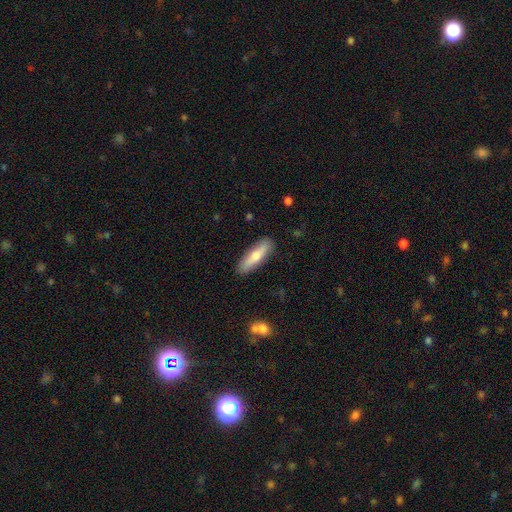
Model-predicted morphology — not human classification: The model was most divided on "smooth or featured": smooth: 61%, featured or disk: 33%, star or artifact: 6%. More confident: merging — none (88%); how rounded — cigar-shaped (69%).